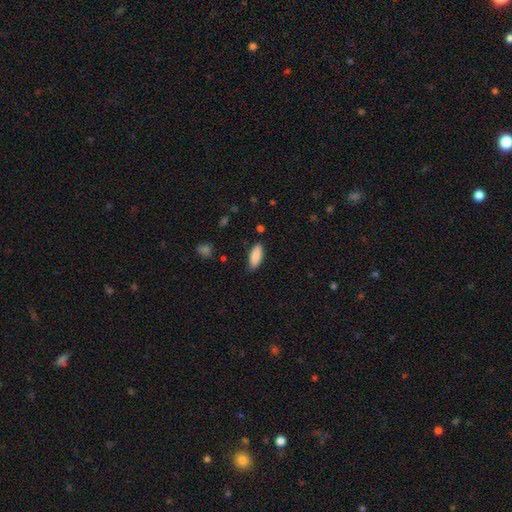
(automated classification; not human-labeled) smooth 88%, star or artifact 6%, featured or disk 6%. Down the decision tree: how rounded — in between (70%); merging — none (82%).